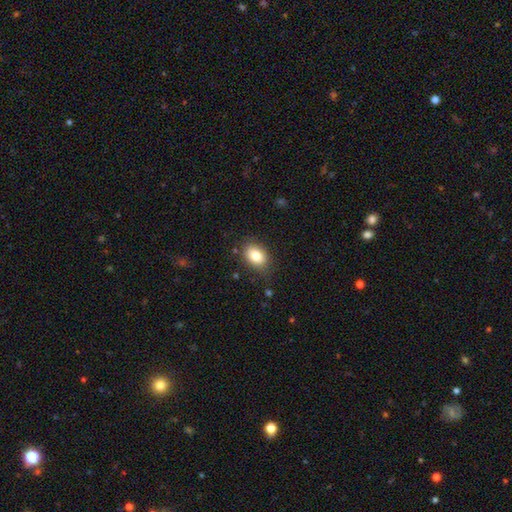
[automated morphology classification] Q: Smooth or featured?
A: smooth (83%); runner-up: star or artifact (8%)
Q: How rounded?
A: in between (77%); runner-up: round (22%)
Q: Merging?
A: none (81%); runner-up: minor disturbance (14%)